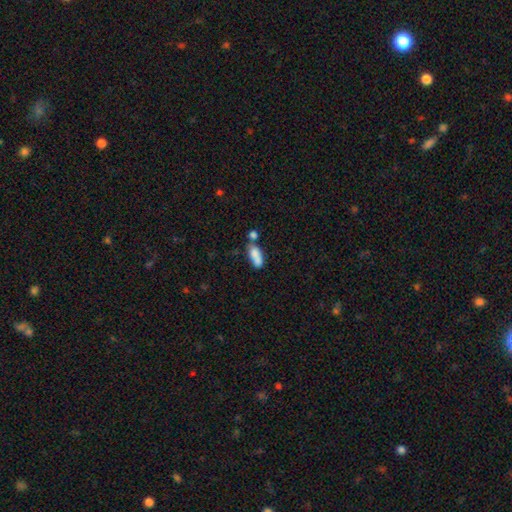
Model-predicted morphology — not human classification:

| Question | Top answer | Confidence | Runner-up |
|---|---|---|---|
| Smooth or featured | smooth | 78% | featured or disk (13%) |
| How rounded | in between | 77% | cigar-shaped (19%) |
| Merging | merger | 38% | none (37%) |